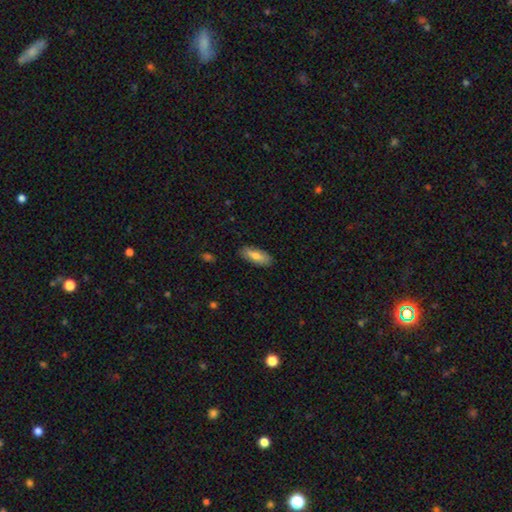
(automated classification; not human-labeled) smooth-or-featured: smooth: 74% | featured or disk: 20% | star or artifact: 6%
  how-rounded: in between: 78% | cigar-shaped: 20% | round: 2%
  merging: none: 86% | minor disturbance: 11% | major disturbance: 2% | merger: 1%